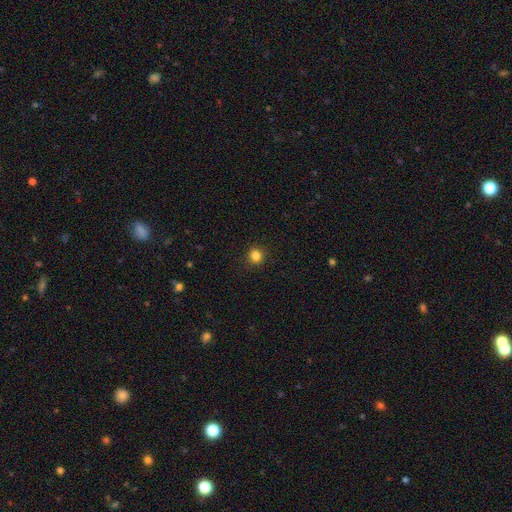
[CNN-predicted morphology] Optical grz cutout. It shows a smooth galaxy with no disk features (83%) that is round (91%). Merging: none (92%).